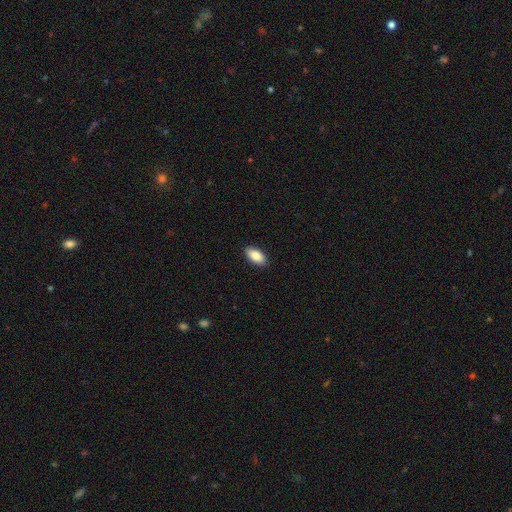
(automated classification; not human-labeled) A smooth galaxy with no disk features (85%) that is in between round and cigar-shaped (92%). Merging: none (90%).